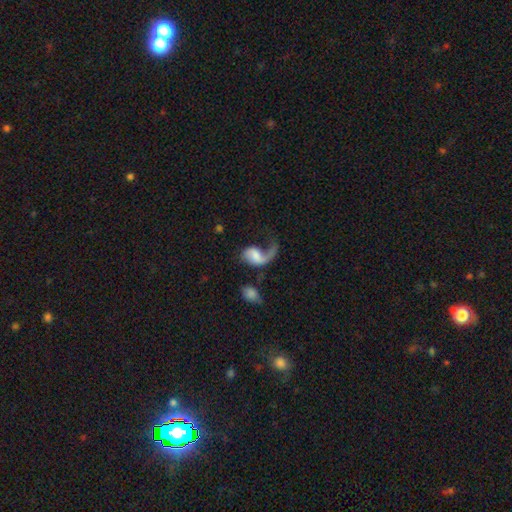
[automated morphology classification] This appears to be a featured or disk galaxy (61%) with no bar (57%), 1 (77%) loose (78%) spiral arms (87%) and a small central bulge (30%). Merging: major disturbance (50%).